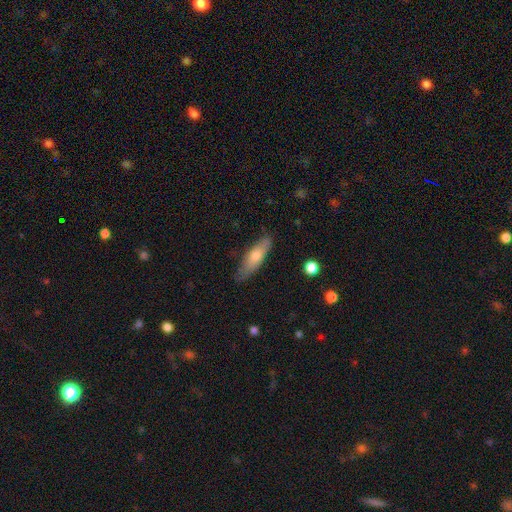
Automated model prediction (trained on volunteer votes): smooth 65%, featured or disk 29%, star or artifact 6%. Down the decision tree: how rounded — cigar-shaped (59%); merging — none (79%).